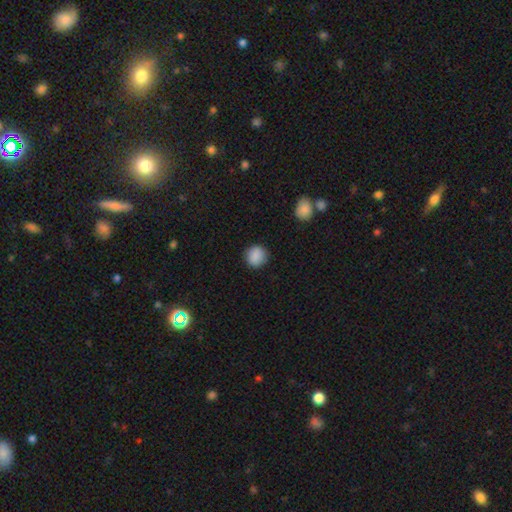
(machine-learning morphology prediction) smooth_or_featured: smooth (p=0.88) [alt: star or artifact p=0.08]
how_rounded: round (p=0.89) [alt: in between p=0.10]
merging: none (p=0.89) [alt: minor disturbance p=0.07]